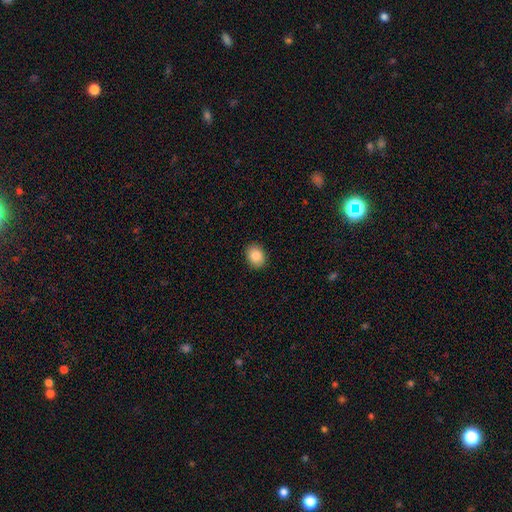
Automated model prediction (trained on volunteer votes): Smooth or featured? smooth (85%)
How rounded? in between (54%)
Merging? none (90%)